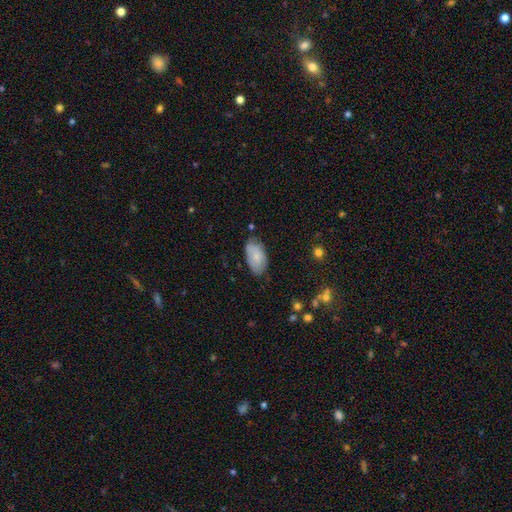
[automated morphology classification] A smooth galaxy with no disk features (75%) that is in between round and cigar-shaped (95%). Merging: none (69%).